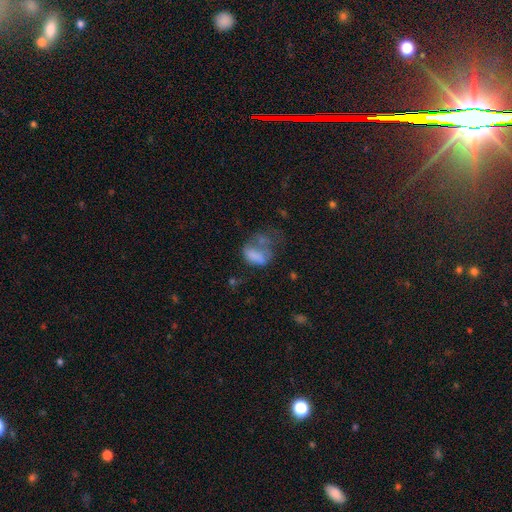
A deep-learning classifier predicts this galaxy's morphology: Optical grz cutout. It shows a smooth galaxy with no disk features (61%) that is in between round and cigar-shaped (82%). Merging: major disturbance (43%).